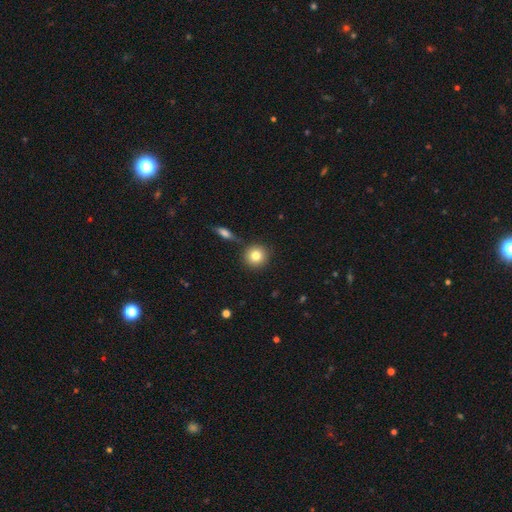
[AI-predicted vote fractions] smooth-or-featured: smooth: 81% | star or artifact: 10% | featured or disk: 9%
  how-rounded: round: 92% | in between: 7% | cigar-shaped: 1%
  merging: none: 83% | minor disturbance: 8% | merger: 7% | major disturbance: 2%